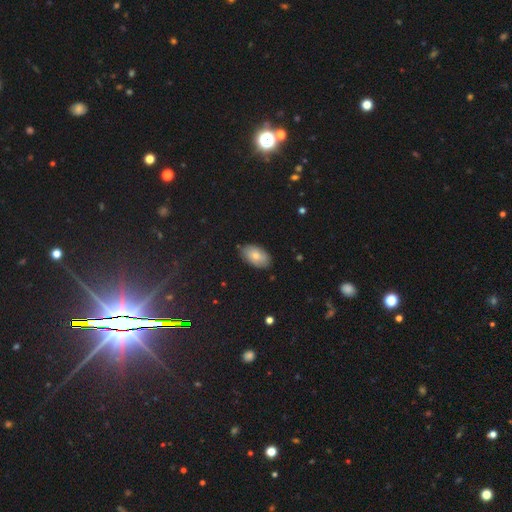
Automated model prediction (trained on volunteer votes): A smooth galaxy with no disk features (63%) that is in between round and cigar-shaped (93%). Merging: none (82%).